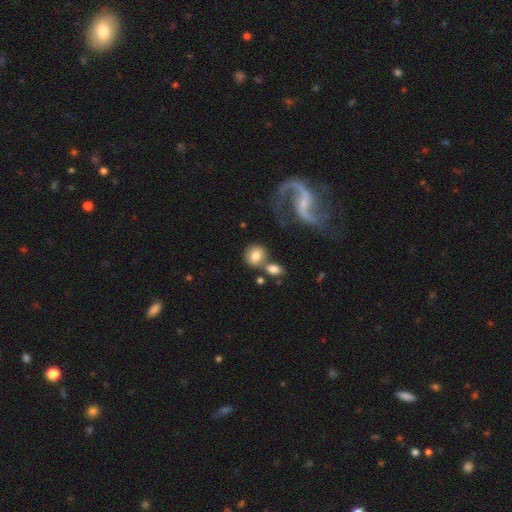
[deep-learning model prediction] smooth 72%, featured or disk 19%, star or artifact 8%. Down the decision tree: how rounded — round (75%); merging — none (56%).